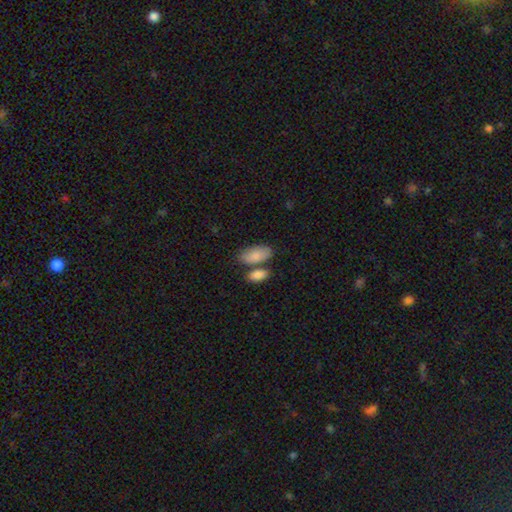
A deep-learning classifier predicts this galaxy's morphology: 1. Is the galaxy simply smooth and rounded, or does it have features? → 86% smooth, 9% featured or disk, 5% star or artifact.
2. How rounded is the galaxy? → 92% in between, 5% cigar-shaped, 3% round.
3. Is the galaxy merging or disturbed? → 54% none, 28% merger, 14% minor disturbance, 4% major disturbance.